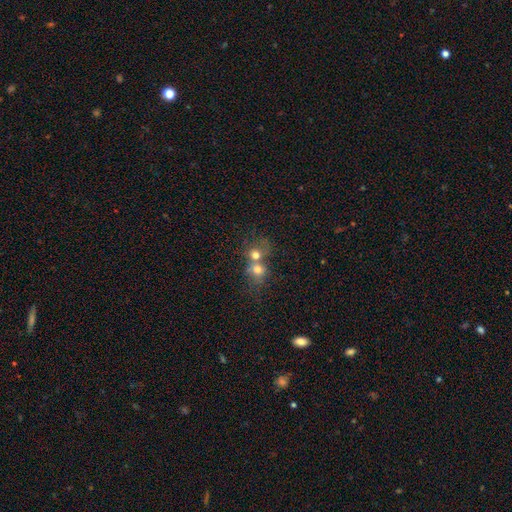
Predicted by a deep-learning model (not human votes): Overall: smooth (68%). How rounded: round (74%). Merging: merger (68%).